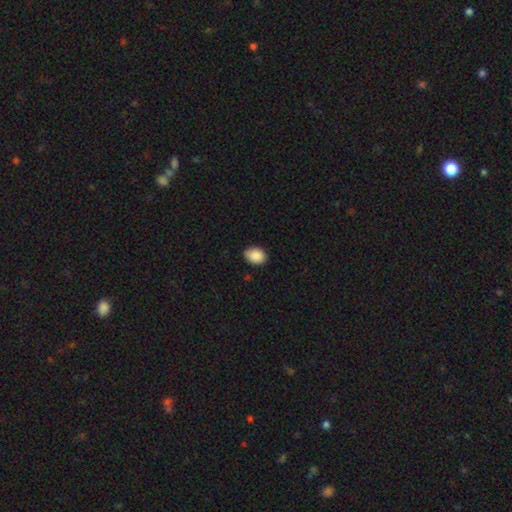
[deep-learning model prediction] smooth-or-featured: smooth: 89% | star or artifact: 8% | featured or disk: 3%
  how-rounded: in between: 68% | round: 31% | cigar-shaped: 1%
  merging: none: 81% | minor disturbance: 16% | major disturbance: 2% | merger: 1%